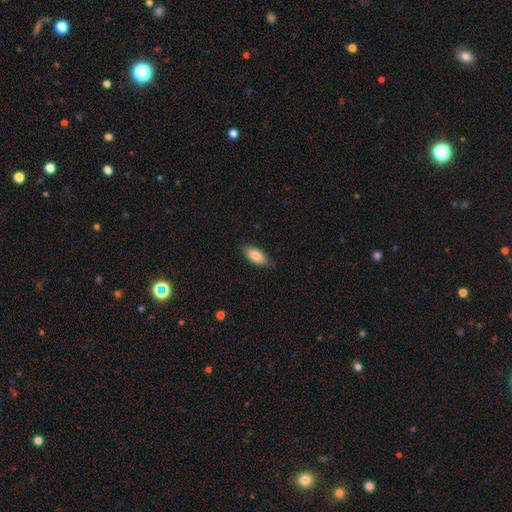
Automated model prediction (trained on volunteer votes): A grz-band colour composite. It shows a smooth galaxy with no disk features (86%) that is in between round and cigar-shaped (88%). Merging: none (83%).